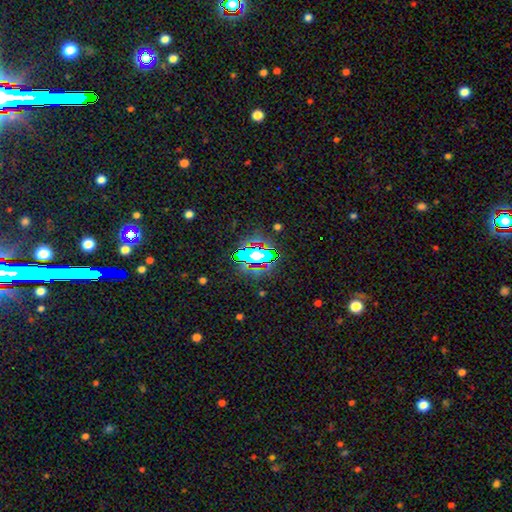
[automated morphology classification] star or artifact 56%, smooth 29%, featured or disk 15%.